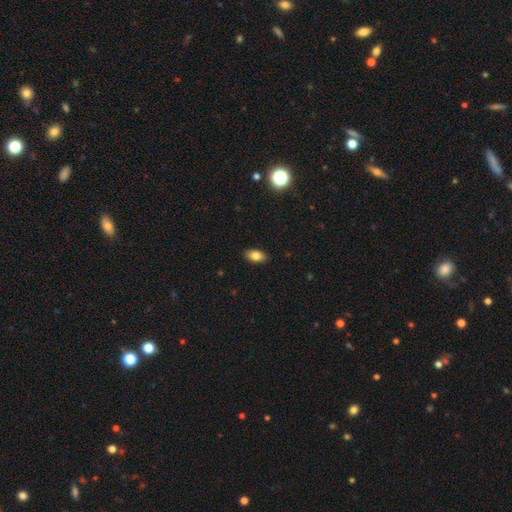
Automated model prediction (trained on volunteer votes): This appears to be a smooth galaxy with no disk features (81%) that is in between round and cigar-shaped (90%). Merging: none (88%).